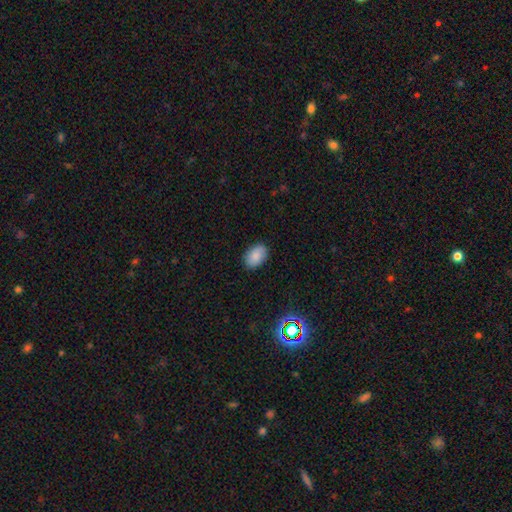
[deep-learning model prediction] A smooth galaxy with no disk features (88%) that is in between round and cigar-shaped (88%).

Vote fractions:
- Smooth or featured? smooth: 88% / star or artifact: 8% / featured or disk: 5%
- How rounded? in between: 88% / round: 11% / cigar-shaped: 1%
- Merging? none: 88% / minor disturbance: 9% / major disturbance: 2% / merger: 1%